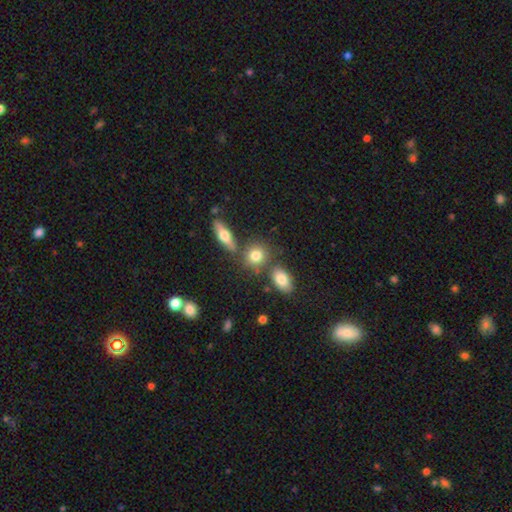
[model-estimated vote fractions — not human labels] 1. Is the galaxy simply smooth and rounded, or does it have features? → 78% smooth, 11% featured or disk, 10% star or artifact.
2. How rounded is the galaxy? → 68% round, 29% in between, 3% cigar-shaped.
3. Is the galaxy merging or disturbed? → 68% none, 17% merger, 11% minor disturbance, 4% major disturbance.